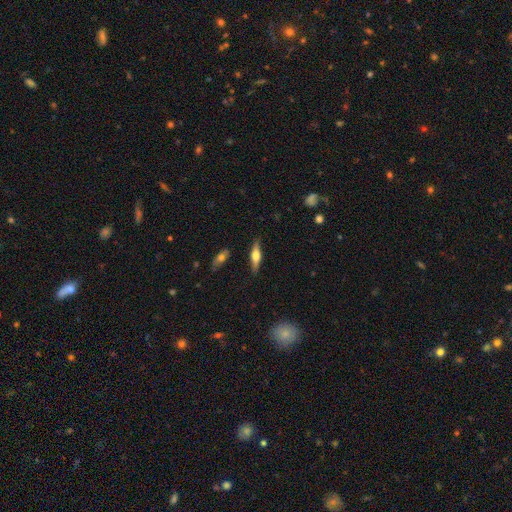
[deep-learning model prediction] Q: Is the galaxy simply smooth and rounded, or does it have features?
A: featured or disk — 56%.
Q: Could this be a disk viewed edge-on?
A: yes — 94%.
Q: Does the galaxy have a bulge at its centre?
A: rounded — 89%.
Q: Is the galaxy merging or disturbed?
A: none — 85%.